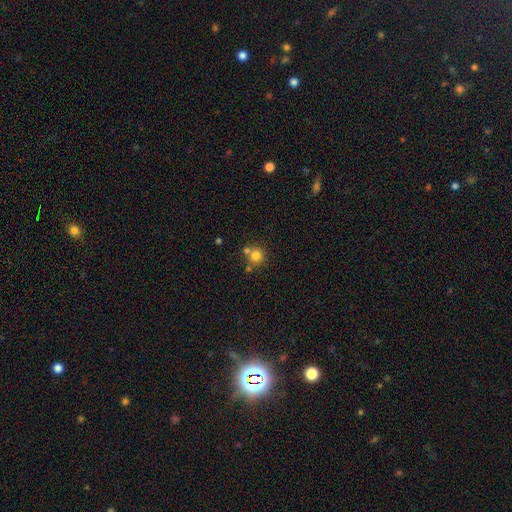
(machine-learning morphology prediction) This is likely a smooth galaxy (78%). How rounded: clearly round (92%). Merging: likely none (62%).